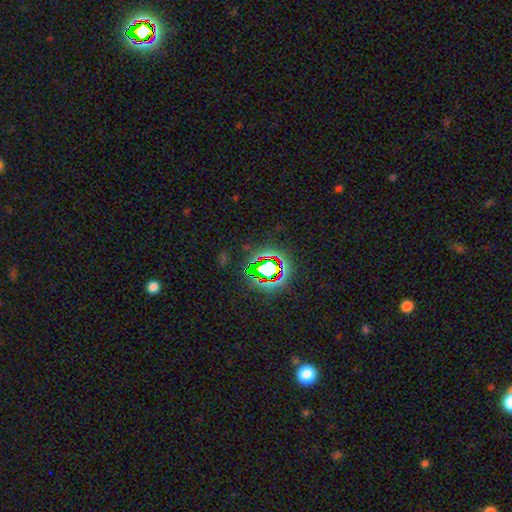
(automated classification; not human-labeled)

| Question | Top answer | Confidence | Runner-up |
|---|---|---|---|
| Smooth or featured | star or artifact | 77% | smooth (13%) |